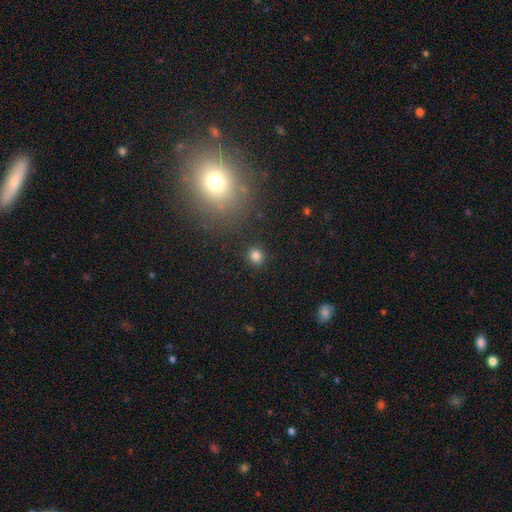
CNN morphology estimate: Overall: smooth (82%). How rounded: round (84%). Merging: none (88%).